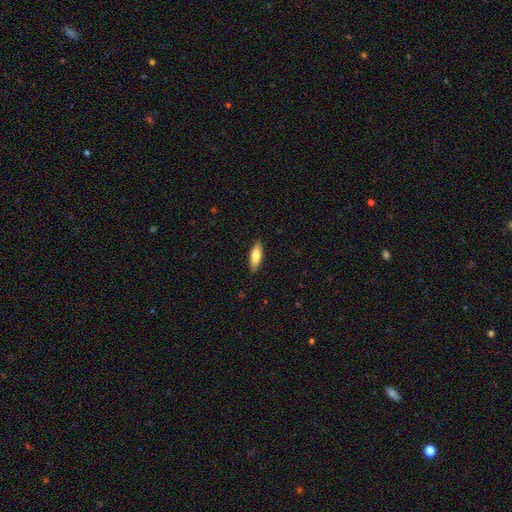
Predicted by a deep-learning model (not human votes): Overall: smooth (72%). How rounded: in between (53%; cigar-shaped 45%). Merging: none (88%).